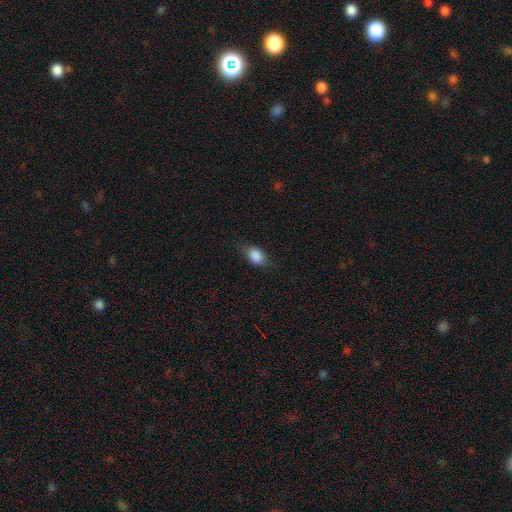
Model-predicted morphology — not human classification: Overall: smooth (85%). How rounded: in between (79%). Merging: none (72%).